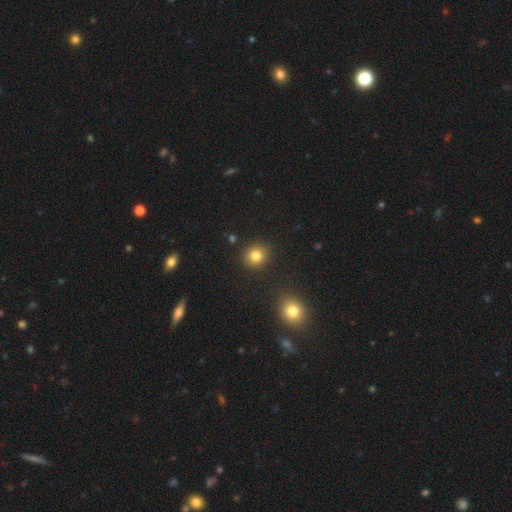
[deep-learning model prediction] Smooth or featured? smooth (82%)
How rounded? round (88%)
Merging? none (89%)